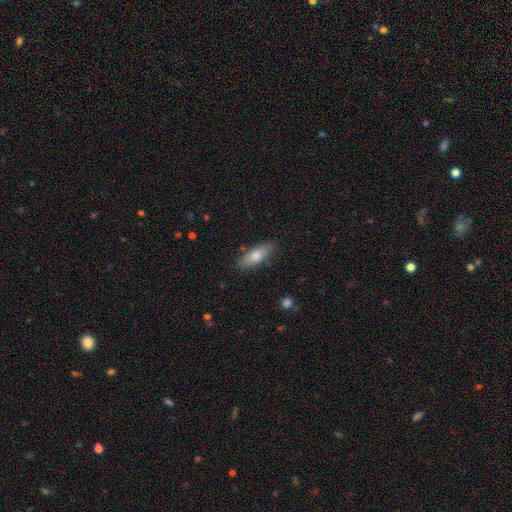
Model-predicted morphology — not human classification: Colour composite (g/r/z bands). It shows a smooth galaxy with no disk features (75%) that is in between round and cigar-shaped (70%). Merging: none (83%).